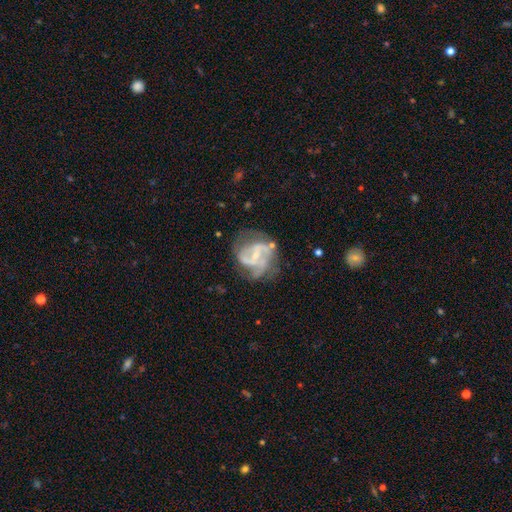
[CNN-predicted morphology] This appears to be a featured or disk galaxy (80%) with a weak bar (48%), 2 (48%) medium (48%) spiral arms (86%) and a small central bulge (63%). Merging: none (50%).